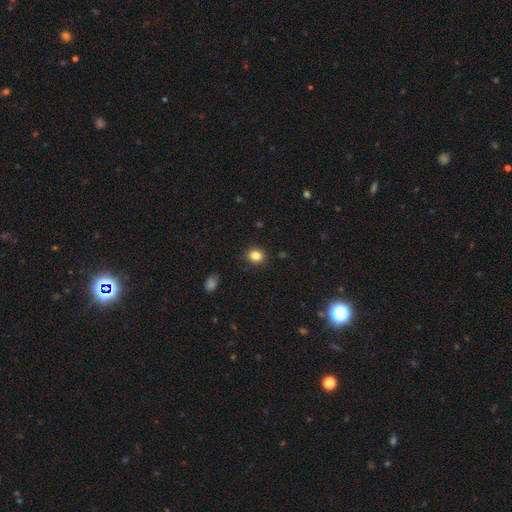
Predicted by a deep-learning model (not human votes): Smooth or featured: smooth — 84% (star or artifact — 11%)
How rounded: round — 68% (in between — 31%)
Merging: none — 90% (minor disturbance — 7%)